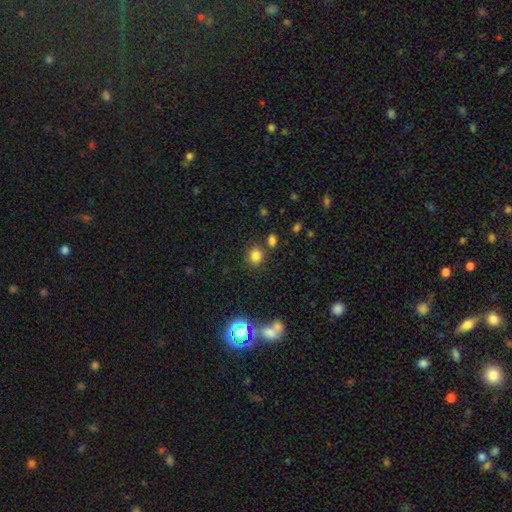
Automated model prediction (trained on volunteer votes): Overall: smooth (79%). How rounded: round (79%). Merging: none (76%).